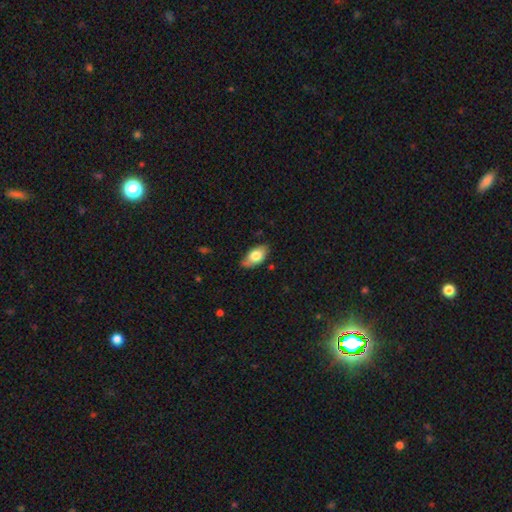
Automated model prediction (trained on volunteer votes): Smooth or featured: smooth — 74% (featured or disk — 19%)
How rounded: in between — 91% (cigar-shaped — 5%)
Merging: none — 74% (minor disturbance — 21%)